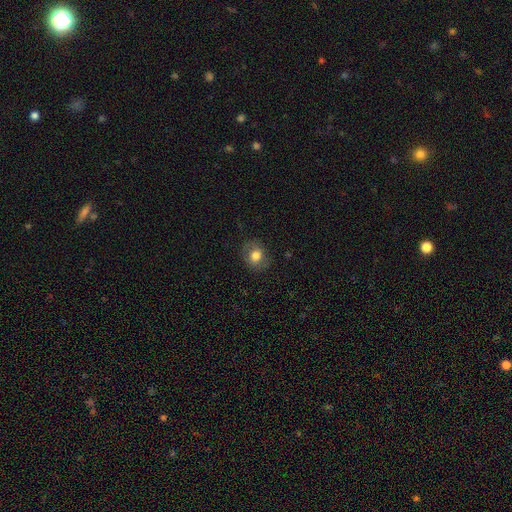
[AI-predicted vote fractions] smooth-or-featured: smooth: 74% | featured or disk: 17% | star or artifact: 9%
  how-rounded: round: 62% | in between: 37% | cigar-shaped: 1%
  merging: none: 81% | minor disturbance: 13% | major disturbance: 5% | merger: 1%